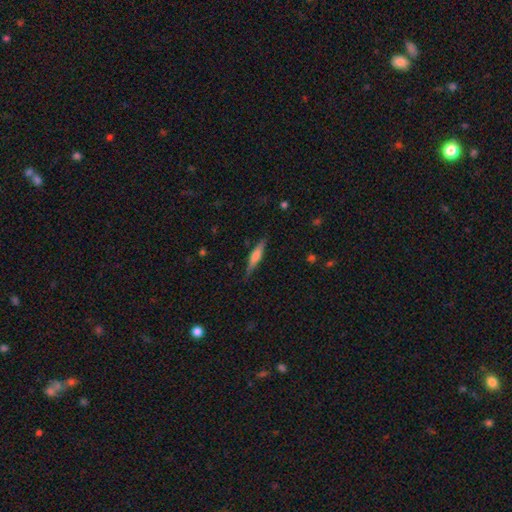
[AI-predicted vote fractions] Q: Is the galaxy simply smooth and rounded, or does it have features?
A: featured or disk — 52%.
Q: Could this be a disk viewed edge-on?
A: yes — 97%.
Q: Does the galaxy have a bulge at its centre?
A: rounded — 64%.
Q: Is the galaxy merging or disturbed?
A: none — 87%.